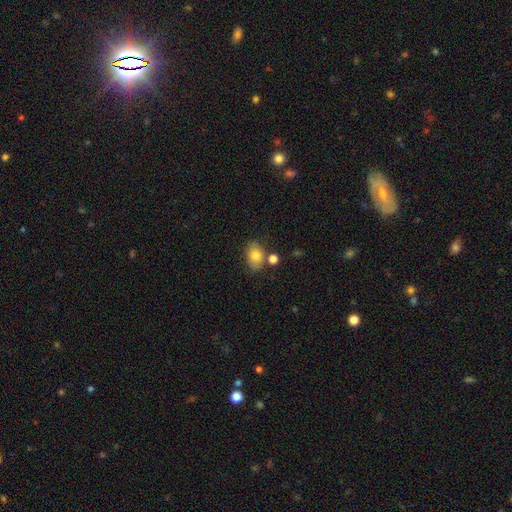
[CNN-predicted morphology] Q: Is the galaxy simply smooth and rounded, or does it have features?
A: smooth — 79%.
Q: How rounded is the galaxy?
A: in between — 71%.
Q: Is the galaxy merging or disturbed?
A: none — 70%.